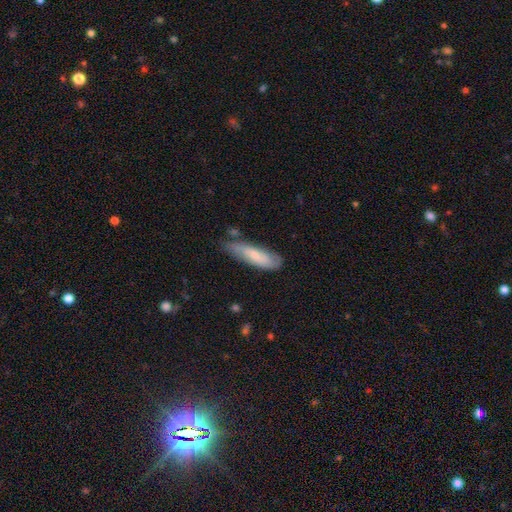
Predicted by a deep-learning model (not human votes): Smooth or featured? Predicted: smooth (p=0.61). How rounded? Predicted: cigar-shaped (p=0.60). Merging? Predicted: none (p=0.60).